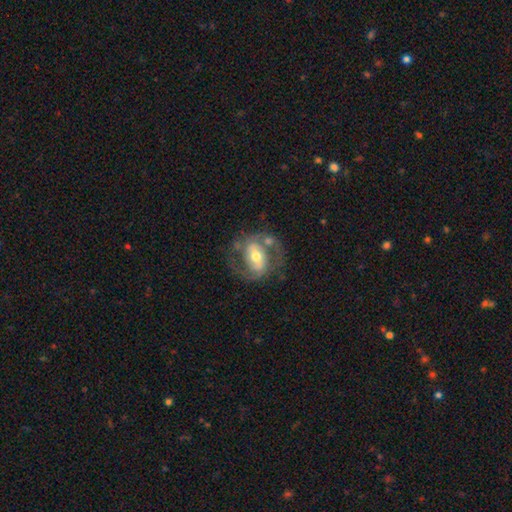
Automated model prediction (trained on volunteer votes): smooth-or-featured: featured or disk: 80% | smooth: 14% | star or artifact: 6%
  disk-edge-on: no: 96% | yes: 4%
    bar: strong: 40% | weak: 38% | no: 22%
    has-spiral-arms: yes: 87% | no: 13%
      spiral-winding: medium: 53% | tight: 25% | loose: 22%
      spiral-arm-count: 2: 85% | can't tell: 7% | 1: 4% | 3: 2% | 4: 1% | more than 4: 1%
    bulge-size: moderate: 67% | small: 22% | large: 9% | dominant: 1% | none: 1%
  merging: none: 62% | minor disturbance: 17% | major disturbance: 13% | merger: 7%